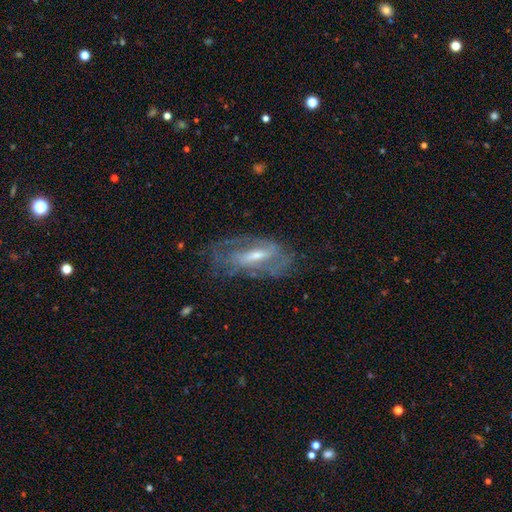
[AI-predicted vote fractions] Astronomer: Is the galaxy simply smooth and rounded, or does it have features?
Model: featured or disk — 75%.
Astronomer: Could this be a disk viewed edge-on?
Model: no — 85%.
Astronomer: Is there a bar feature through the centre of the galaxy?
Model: strong — 42% (runner-up: weak, 40%).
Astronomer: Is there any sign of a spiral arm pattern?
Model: yes — 75%.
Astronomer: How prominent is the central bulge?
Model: moderate — 48% (runner-up: small, 42%).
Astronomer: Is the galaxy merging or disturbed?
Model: none — 61%.